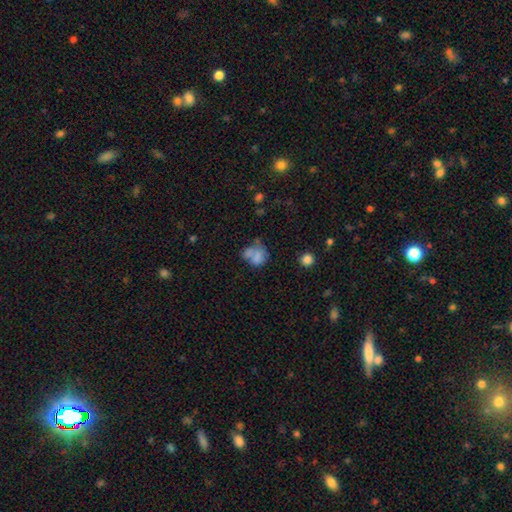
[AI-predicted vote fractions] A smooth galaxy with no disk features (66%) that is in between round and cigar-shaped (50%).

Vote fractions:
- Smooth or featured? smooth: 66% / featured or disk: 22% / star or artifact: 12%
- How rounded? in between: 50% / round: 49% / cigar-shaped: 1%
- Merging? merger: 33% / none: 30% / minor disturbance: 20% / major disturbance: 17%